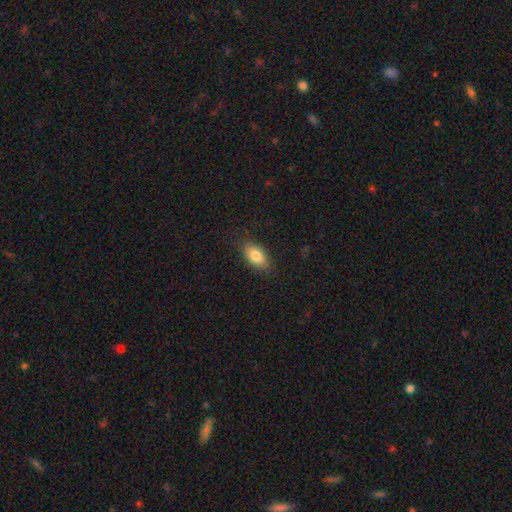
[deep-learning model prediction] Smooth or featured? Predicted: smooth (p=0.83). How rounded? Predicted: in between (p=0.90). Merging? Predicted: none (p=0.85).